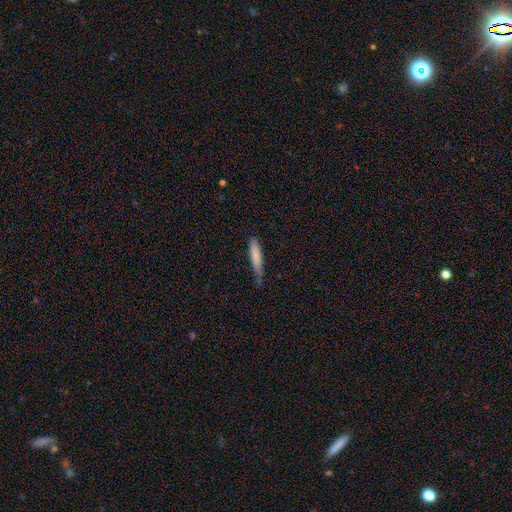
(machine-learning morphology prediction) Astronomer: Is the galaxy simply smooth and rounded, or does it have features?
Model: smooth — 78%.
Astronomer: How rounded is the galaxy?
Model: cigar-shaped — 87%.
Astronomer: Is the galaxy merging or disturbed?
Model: none — 53% (runner-up: minor disturbance, 37%).